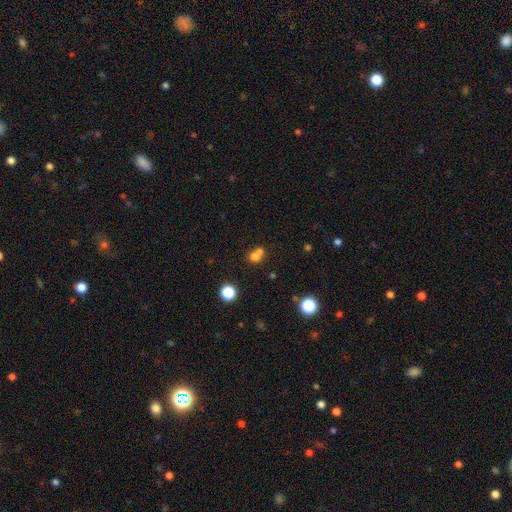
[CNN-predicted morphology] The model was most divided on "merging": merger: 53%, none: 36%, minor disturbance: 8%, major disturbance: 4%. More confident: smooth or featured — smooth (72%); how rounded — round (71%).